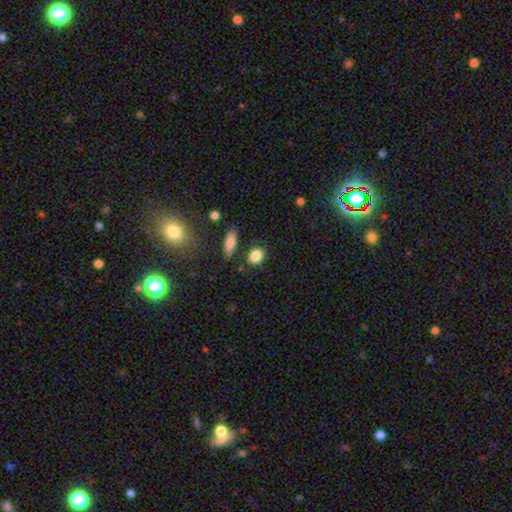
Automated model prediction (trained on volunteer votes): A smooth galaxy with no disk features (86%) that is round (61%).

Vote fractions:
- Smooth or featured? smooth: 86% / star or artifact: 9% / featured or disk: 5%
- How rounded? round: 61% / in between: 37% / cigar-shaped: 2%
- Merging? none: 80% / minor disturbance: 11% / merger: 6% / major disturbance: 3%